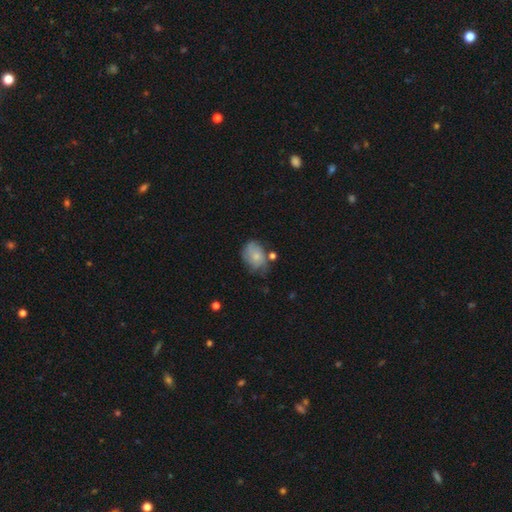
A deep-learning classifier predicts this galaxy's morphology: smooth-or-featured: smooth: 63% | featured or disk: 29% | star or artifact: 8%
  how-rounded: in between: 67% | round: 32% | cigar-shaped: 1%
  merging: none: 46% | minor disturbance: 33% | major disturbance: 14% | merger: 8%